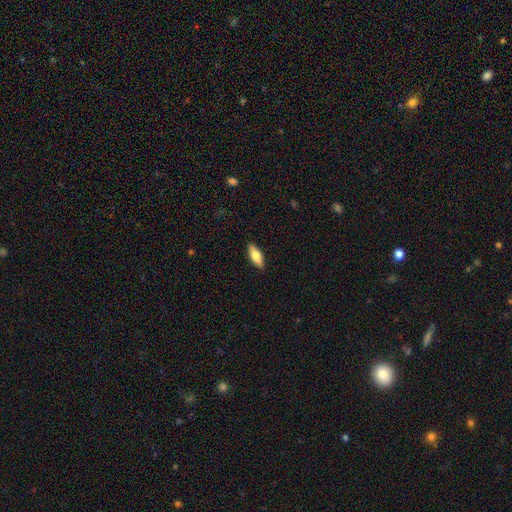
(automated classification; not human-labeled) This is likely a smooth galaxy (73%). How rounded: likely in between (67%). Merging: clearly none (90%).